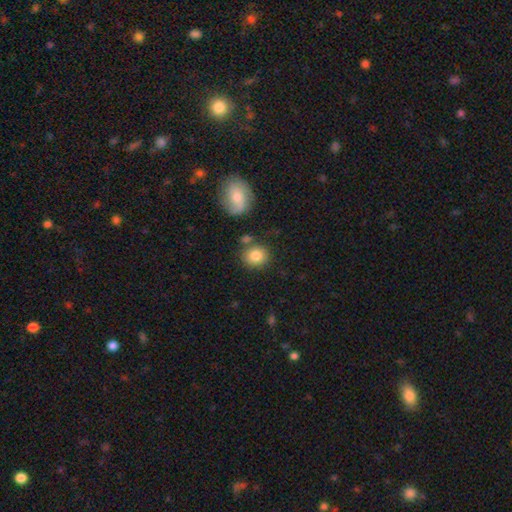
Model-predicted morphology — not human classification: smooth_or_featured: smooth (p=0.84) [alt: featured or disk p=0.08]
how_rounded: round (p=0.80) [alt: in between p=0.19]
merging: none (p=0.72) [alt: minor disturbance p=0.13]